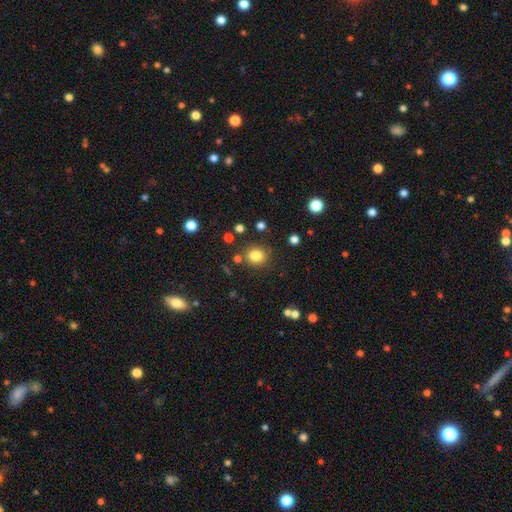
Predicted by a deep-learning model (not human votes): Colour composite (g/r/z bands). It shows a smooth galaxy with no disk features (81%) that is round (84%). Merging: none (83%).